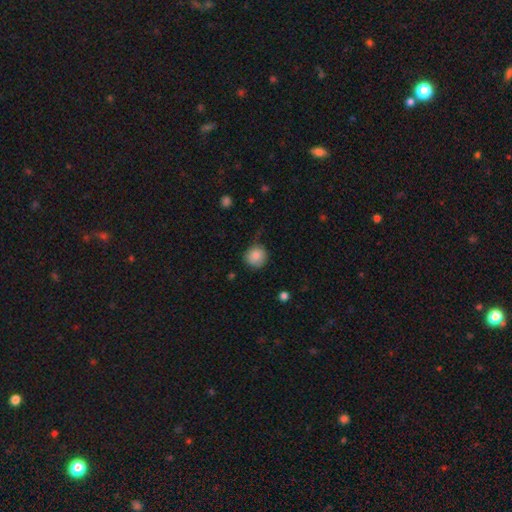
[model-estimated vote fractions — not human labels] Smooth or featured? smooth (84%)
How rounded? round (90%)
Merging? none (66%)